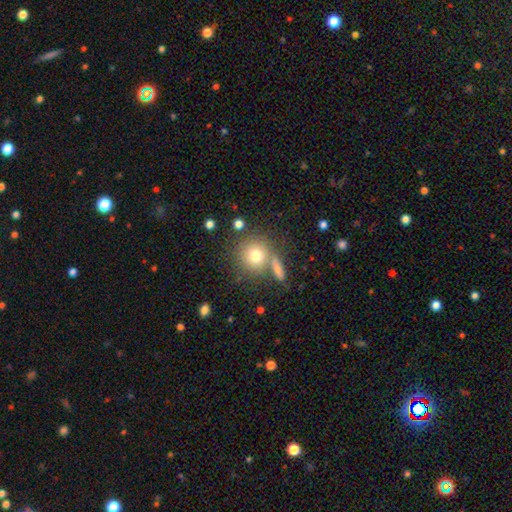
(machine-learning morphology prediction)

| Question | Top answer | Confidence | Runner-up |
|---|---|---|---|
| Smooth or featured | smooth | 74% | featured or disk (14%) |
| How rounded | round | 90% | in between (9%) |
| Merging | none | 67% | merger (17%) |